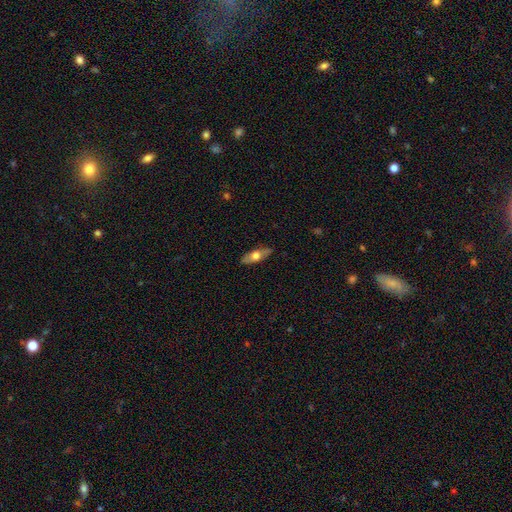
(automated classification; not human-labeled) A smooth galaxy with no disk features (55%) that is in between round and cigar-shaped (59%).

Vote fractions:
- Smooth or featured? smooth: 55% / featured or disk: 40% / star or artifact: 6%
- How rounded? in between: 59% / cigar-shaped: 38% / round: 3%
- Merging? none: 87% / minor disturbance: 10% / major disturbance: 2% / merger: 1%